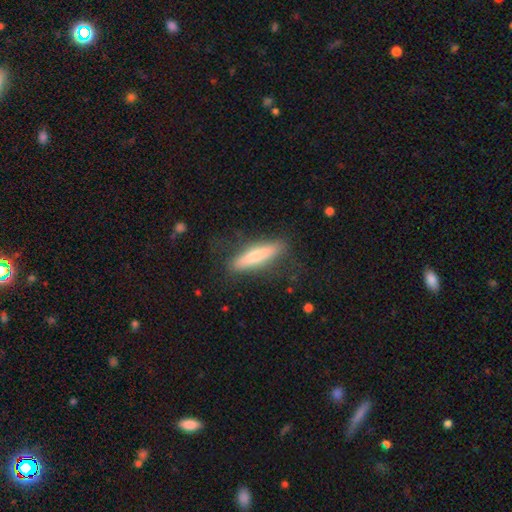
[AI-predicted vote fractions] smooth_or_featured: smooth (p=0.59) [alt: featured or disk p=0.35]
how_rounded: cigar-shaped (p=0.81) [alt: in between p=0.17]
merging: none (p=0.79) [alt: minor disturbance p=0.14]